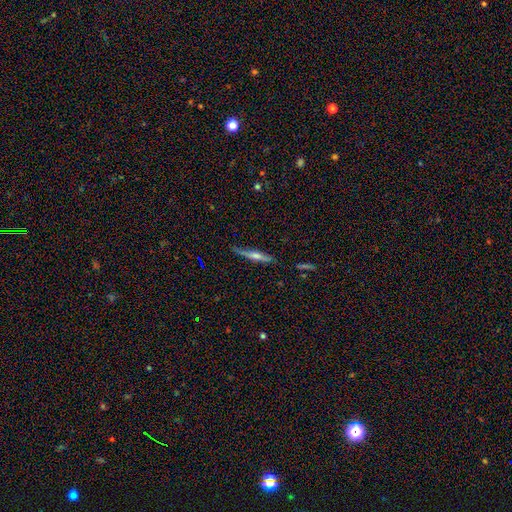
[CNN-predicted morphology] Q: Smooth or featured?
A: featured or disk (61%); runner-up: smooth (31%)
Q: Edge-on disk?
A: yes (94%); runner-up: no (6%)
Q: Edge-on bulge?
A: rounded (74%); runner-up: none (16%)
Q: Merging?
A: none (78%); runner-up: minor disturbance (17%)